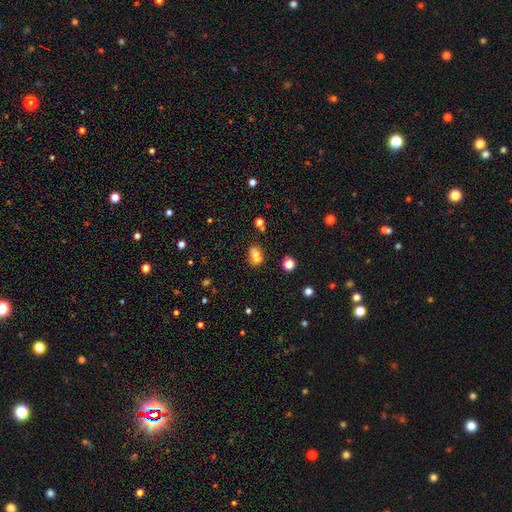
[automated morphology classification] A smooth galaxy with no disk features (75%) that is in between round and cigar-shaped (80%).

Vote fractions:
- Smooth or featured? smooth: 75% / star or artifact: 14% / featured or disk: 11%
- How rounded? in between: 80% / round: 16% / cigar-shaped: 4%
- Merging? none: 61% / minor disturbance: 20% / merger: 12% / major disturbance: 7%